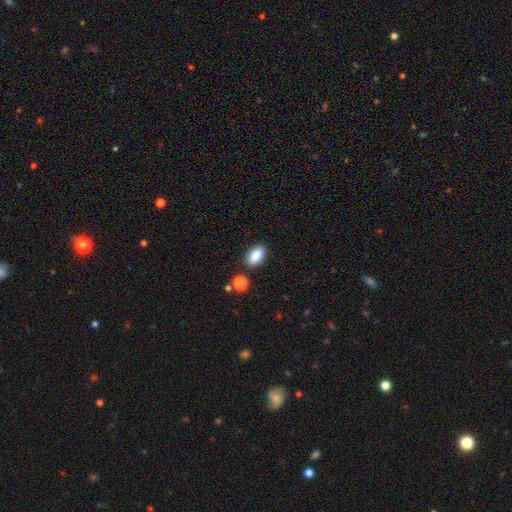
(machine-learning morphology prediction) This appears to be a smooth galaxy with no disk features (88%) that is in between round and cigar-shaped (91%). Merging: none (84%).